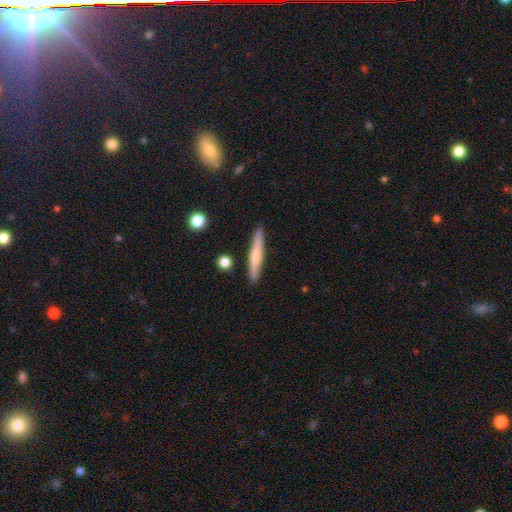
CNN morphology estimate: type=smooth (54%); roundness=cigar-shaped (94%); merging=none (89%).